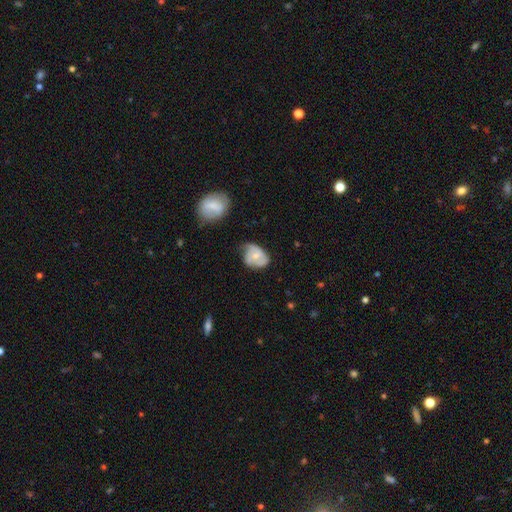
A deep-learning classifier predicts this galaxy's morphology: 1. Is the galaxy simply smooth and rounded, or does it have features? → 53% featured or disk, 40% smooth, 7% star or artifact.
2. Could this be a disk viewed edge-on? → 97% no, 3% yes.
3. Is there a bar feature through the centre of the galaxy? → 76% no, 21% weak, 4% strong.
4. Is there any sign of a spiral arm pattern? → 72% yes, 28% no.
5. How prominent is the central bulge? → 47% moderate (tied), 47% small (tied), 3% none, 2% large, 1% dominant.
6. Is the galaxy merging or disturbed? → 40% minor disturbance (tied), 40% none (tied), 17% major disturbance, 3% merger.